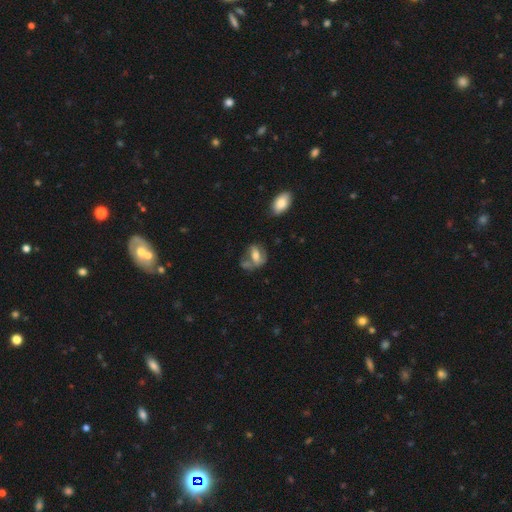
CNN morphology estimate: A featured or disk galaxy (49%). Merging: none (43%).